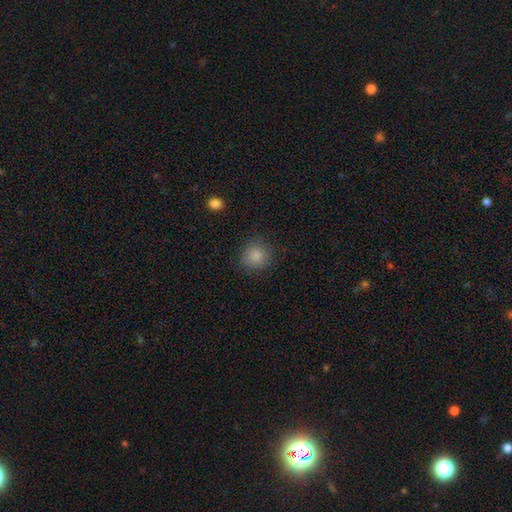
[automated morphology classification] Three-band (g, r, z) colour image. It shows a smooth galaxy with no disk features (86%) that is round (90%). Merging: none (85%).